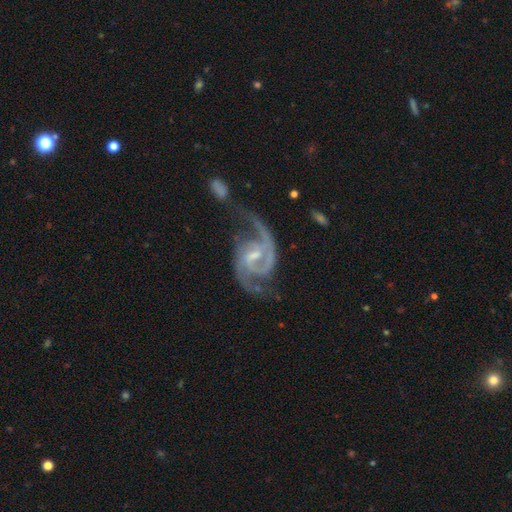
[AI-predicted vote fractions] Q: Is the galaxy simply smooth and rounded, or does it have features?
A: featured or disk — 92%.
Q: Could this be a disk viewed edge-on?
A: no — 98%.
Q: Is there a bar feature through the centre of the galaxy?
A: weak — 56%.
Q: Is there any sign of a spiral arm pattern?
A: yes — 98%.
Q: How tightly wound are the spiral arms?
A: medium — 55%.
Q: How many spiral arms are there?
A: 2 — 87%.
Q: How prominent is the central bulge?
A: small — 49%.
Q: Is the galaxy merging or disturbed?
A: none — 49%.